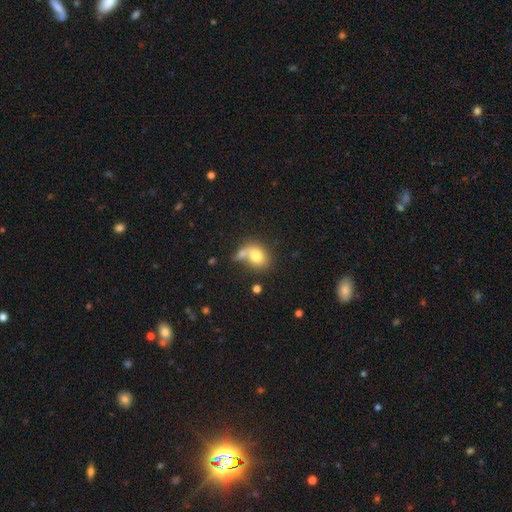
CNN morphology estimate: Smooth or featured? Predicted: smooth (p=0.76). How rounded? Predicted: in between (p=0.53). Merging? Predicted: none (p=0.38).